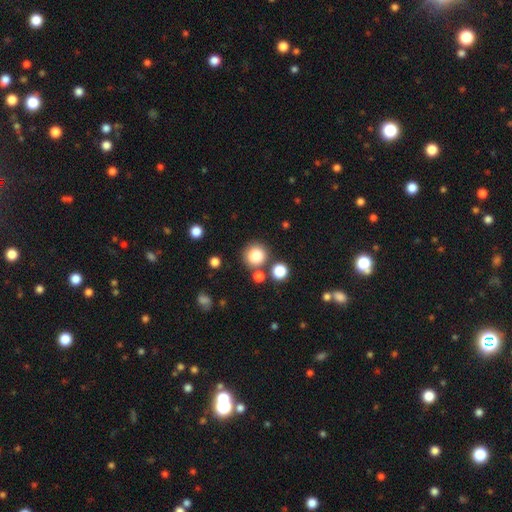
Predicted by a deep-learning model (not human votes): Morphology: type=smooth (83%); roundness=round (92%); merging=none (76%).